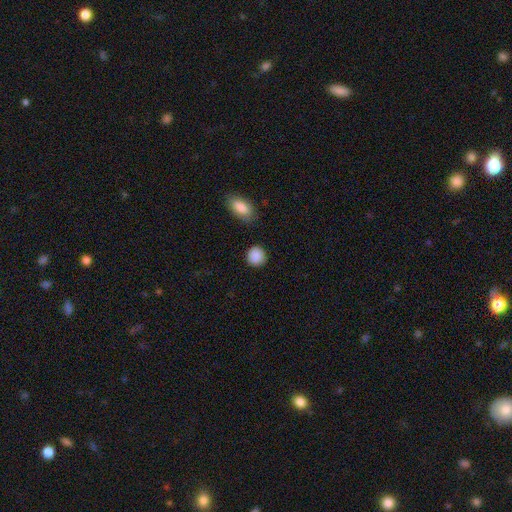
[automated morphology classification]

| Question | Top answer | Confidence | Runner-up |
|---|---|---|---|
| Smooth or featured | smooth | 90% | star or artifact (7%) |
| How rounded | round | 88% | in between (10%) |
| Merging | none | 87% | minor disturbance (8%) |